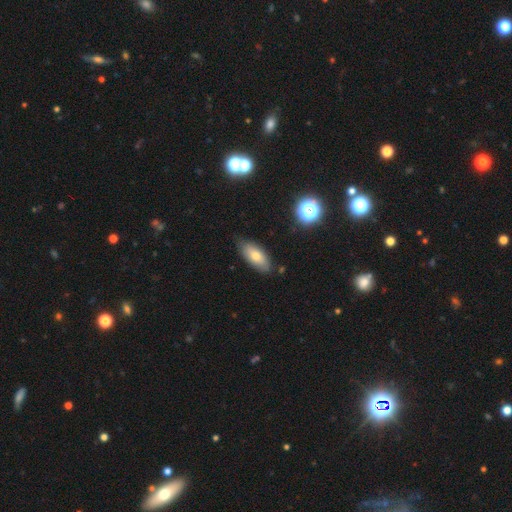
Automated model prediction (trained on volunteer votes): smooth 71%, featured or disk 21%, star or artifact 8%. Down the decision tree: how rounded — in between (85%); merging — none (78%).